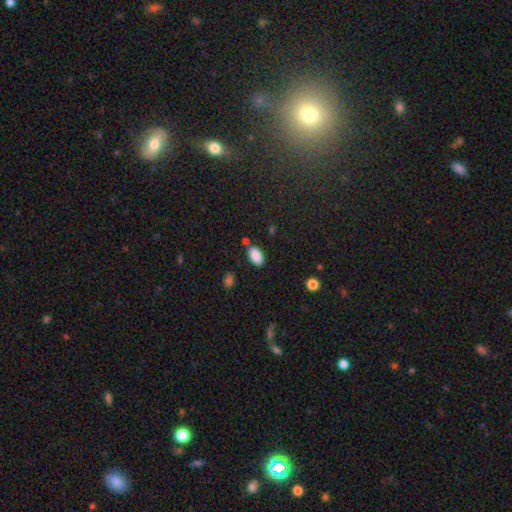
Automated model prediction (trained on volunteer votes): smooth-or-featured: smooth: 88% | star or artifact: 8% | featured or disk: 4%
  how-rounded: in between: 94% | round: 4% | cigar-shaped: 2%
  merging: none: 78% | minor disturbance: 12% | merger: 6% | major disturbance: 3%